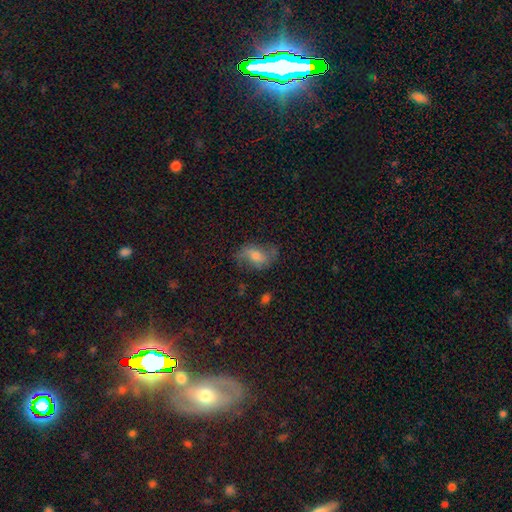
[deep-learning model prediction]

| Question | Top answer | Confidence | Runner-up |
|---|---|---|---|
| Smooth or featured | featured or disk | 46% | smooth (41%) |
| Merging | none | 63% | minor disturbance (22%) |